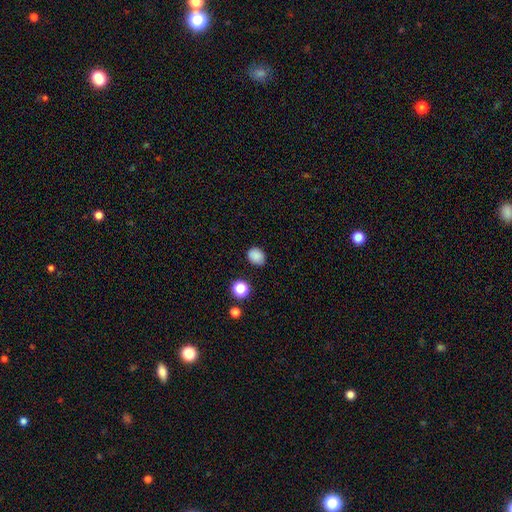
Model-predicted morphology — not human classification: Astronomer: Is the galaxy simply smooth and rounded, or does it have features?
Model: smooth — 85%.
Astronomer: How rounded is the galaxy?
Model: in between — 50% (runner-up: round, 49%).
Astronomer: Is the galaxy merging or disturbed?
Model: none — 85%.